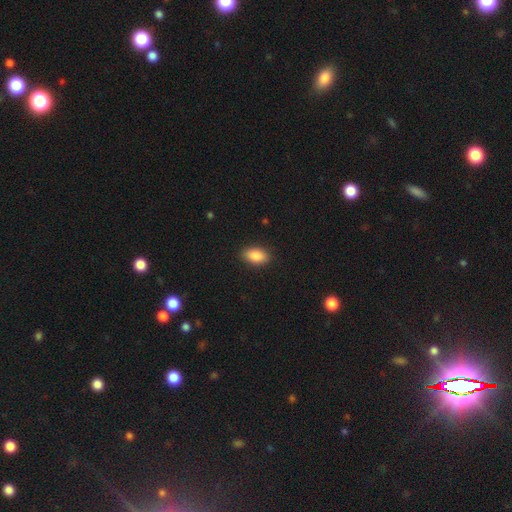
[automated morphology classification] Smooth or featured: smooth — 88% (star or artifact — 7%)
How rounded: in between — 91% (round — 6%)
Merging: none — 89% (minor disturbance — 8%)